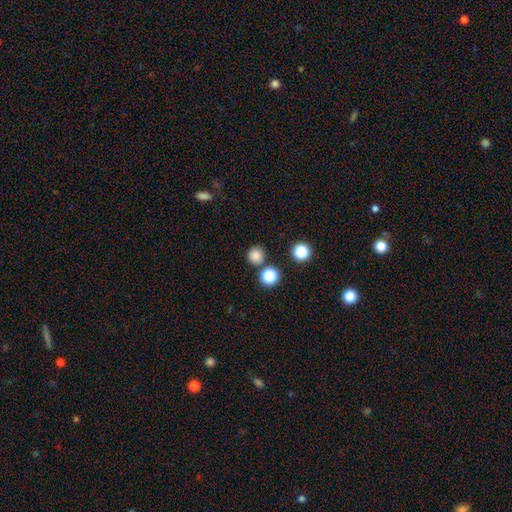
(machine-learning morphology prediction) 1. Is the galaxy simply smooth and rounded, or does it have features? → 81% smooth, 15% star or artifact, 4% featured or disk.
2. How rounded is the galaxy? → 92% round, 7% in between, 1% cigar-shaped.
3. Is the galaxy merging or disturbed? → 80% none, 9% merger, 8% minor disturbance, 3% major disturbance.